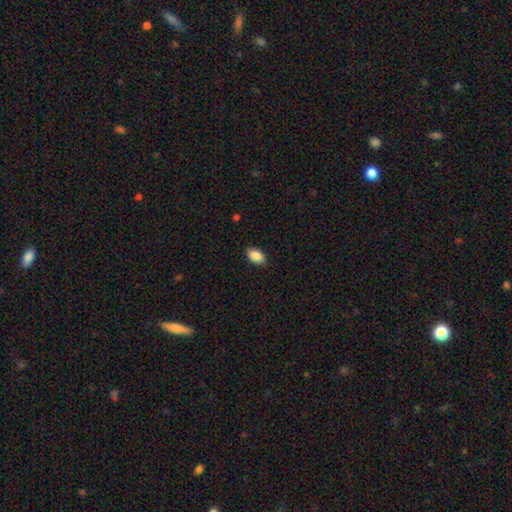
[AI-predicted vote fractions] Q: Smooth or featured?
A: smooth (88%); runner-up: star or artifact (7%)
Q: How rounded?
A: in between (92%); runner-up: round (6%)
Q: Merging?
A: none (87%); runner-up: minor disturbance (10%)